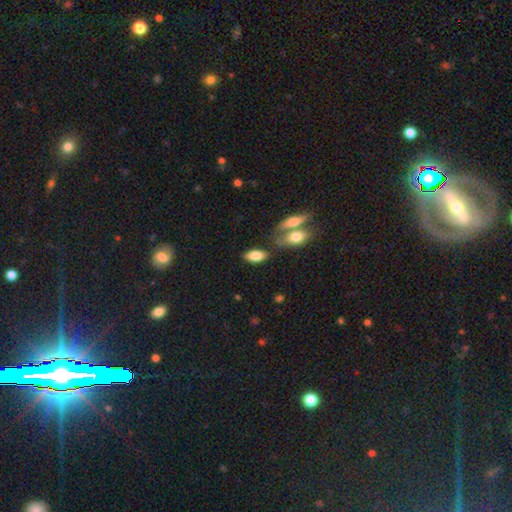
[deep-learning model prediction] Q: Smooth or featured?
A: smooth (76%); runner-up: featured or disk (17%)
Q: How rounded?
A: in between (87%); runner-up: cigar-shaped (10%)
Q: Merging?
A: none (70%); runner-up: merger (14%)